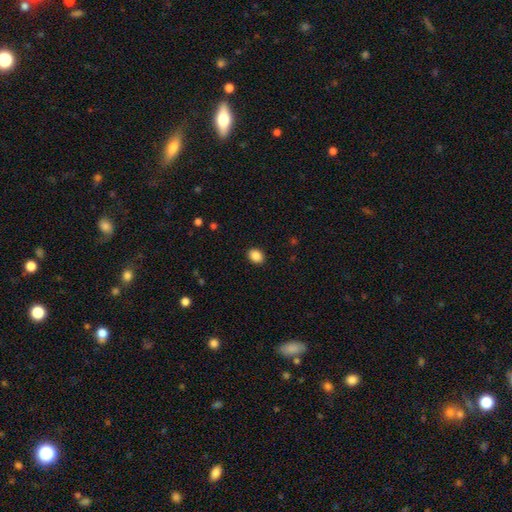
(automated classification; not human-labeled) Morphology: type=smooth (88%); roundness=in between (54%); merging=none (91%).